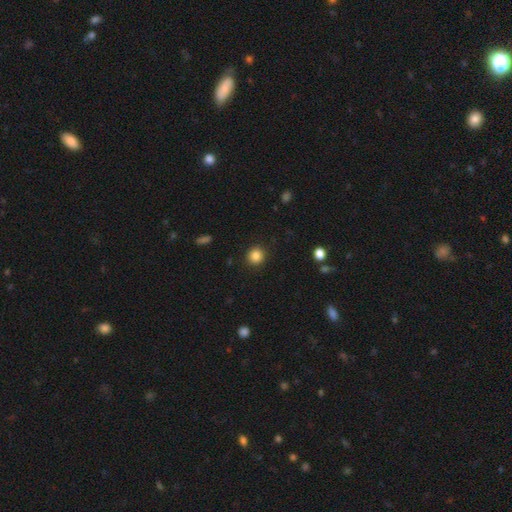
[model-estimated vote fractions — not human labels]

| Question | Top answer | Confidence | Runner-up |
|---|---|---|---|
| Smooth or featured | smooth | 85% | star or artifact (11%) |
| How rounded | round | 90% | in between (9%) |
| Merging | none | 91% | minor disturbance (6%) |